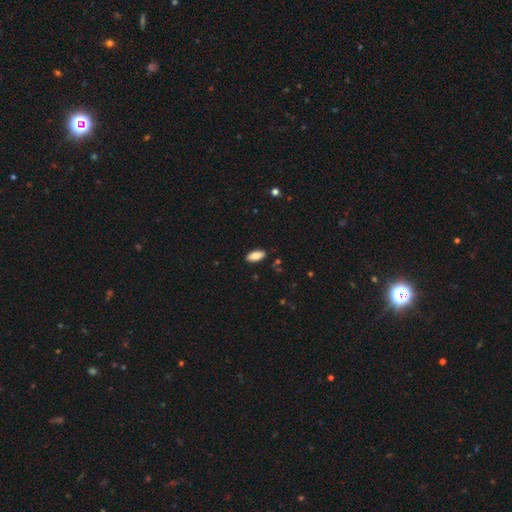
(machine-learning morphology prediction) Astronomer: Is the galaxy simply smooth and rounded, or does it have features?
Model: smooth — 86%.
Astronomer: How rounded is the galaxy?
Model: in between — 89%.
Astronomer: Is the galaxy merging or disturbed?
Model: none — 88%.